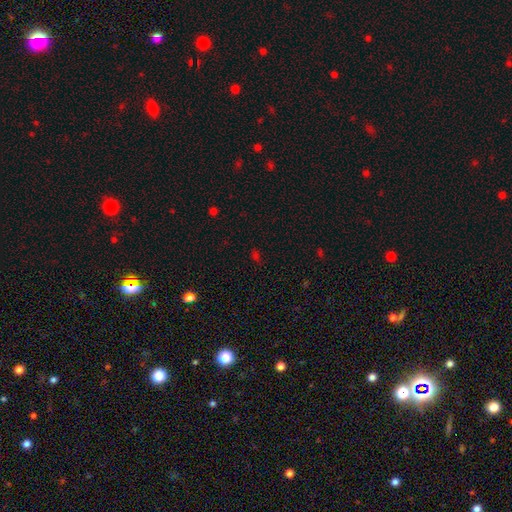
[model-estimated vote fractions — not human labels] smooth_or_featured: star or artifact (p=0.48) [alt: smooth p=0.45]